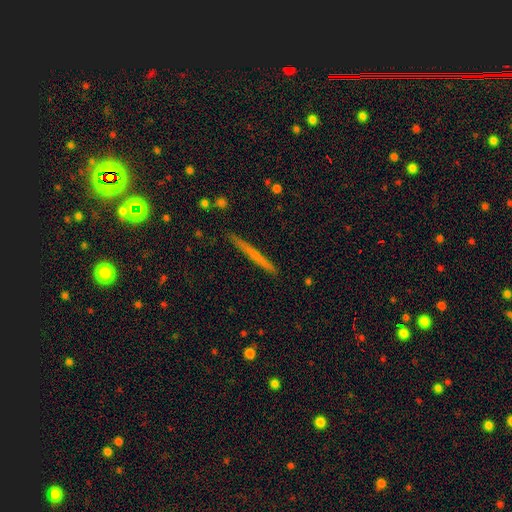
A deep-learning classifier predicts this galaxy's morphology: This is possibly a smooth galaxy (52%). How rounded: clearly cigar-shaped (96%). Merging: clearly none (90%).